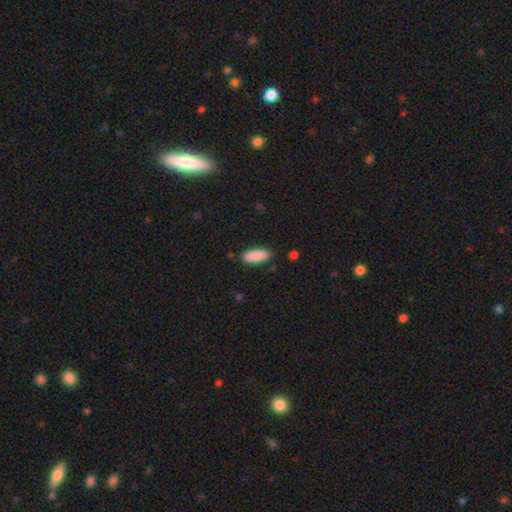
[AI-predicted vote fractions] The model was most divided on "how rounded": in between: 78%, cigar-shaped: 21%, round: 2%. More confident: smooth or featured — smooth (90%); merging — none (86%).